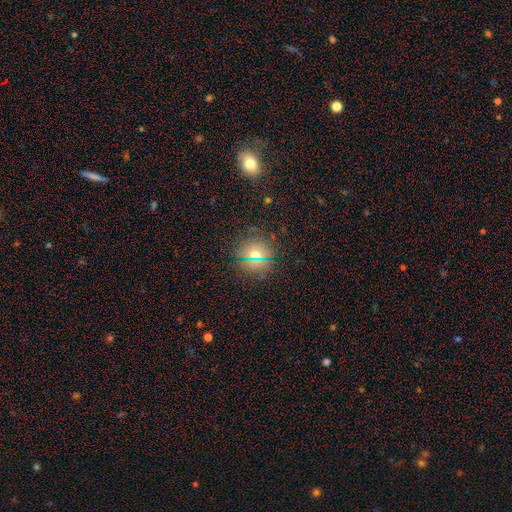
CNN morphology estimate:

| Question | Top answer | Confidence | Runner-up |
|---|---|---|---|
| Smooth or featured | smooth | 60% | star or artifact (28%) |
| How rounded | round | 90% | in between (8%) |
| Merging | none | 85% | minor disturbance (9%) |